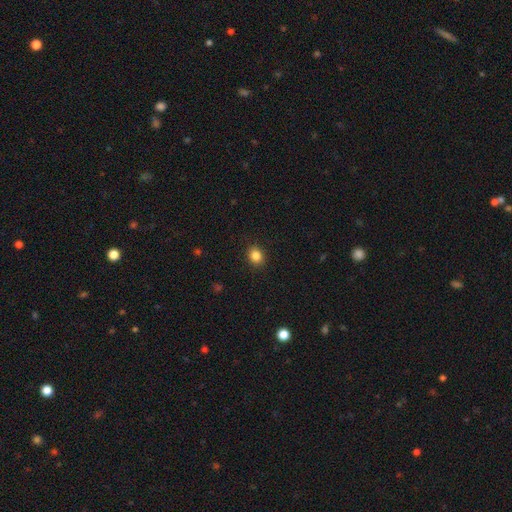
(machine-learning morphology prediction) type=smooth (85%); roundness=round (66%); merging=none (90%).